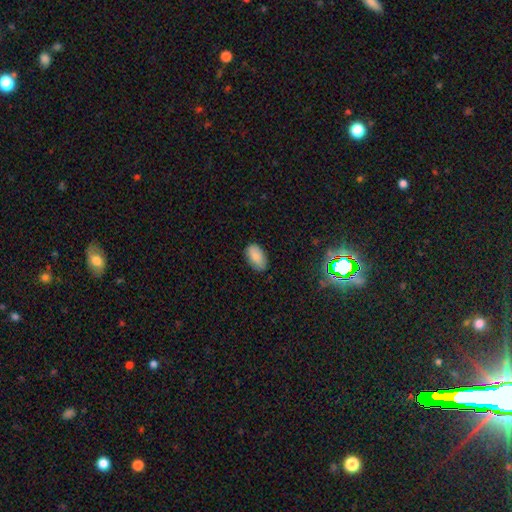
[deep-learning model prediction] Overall: smooth (85%). How rounded: in between (94%). Merging: none (78%).